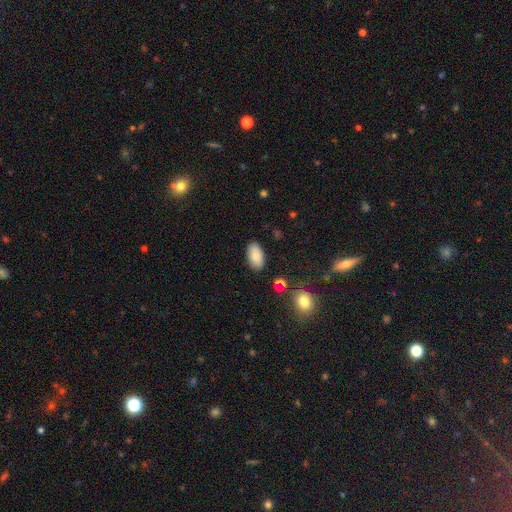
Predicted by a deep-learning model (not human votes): smooth-or-featured: smooth: 85% | featured or disk: 8% | star or artifact: 8%
  how-rounded: in between: 94% | round: 3% | cigar-shaped: 3%
  merging: none: 86% | minor disturbance: 10% | major disturbance: 2% | merger: 2%